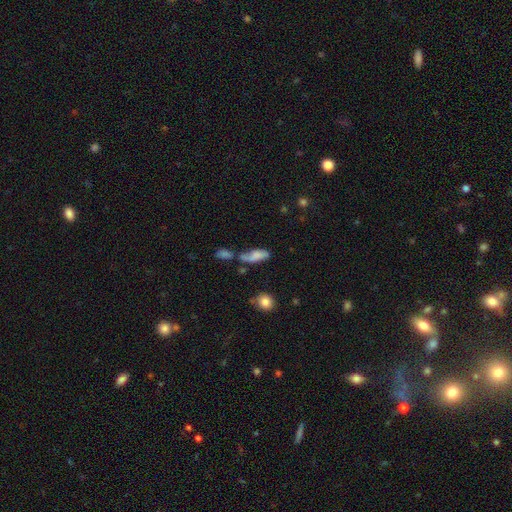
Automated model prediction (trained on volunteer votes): smooth-or-featured: smooth: 66% | featured or disk: 24% | star or artifact: 10%
  how-rounded: in between: 71% | cigar-shaped: 25% | round: 4%
  merging: none: 34% | merger: 29% | minor disturbance: 21% | major disturbance: 16%